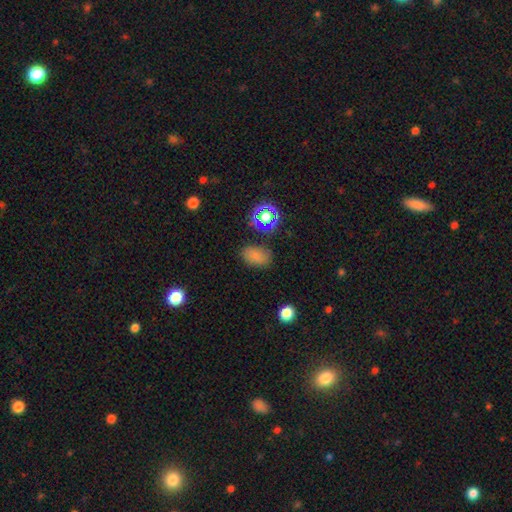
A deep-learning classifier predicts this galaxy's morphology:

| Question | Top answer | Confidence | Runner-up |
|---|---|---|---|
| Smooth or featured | smooth | 75% | star or artifact (18%) |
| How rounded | in between | 85% | round (14%) |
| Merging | none | 77% | minor disturbance (15%) |